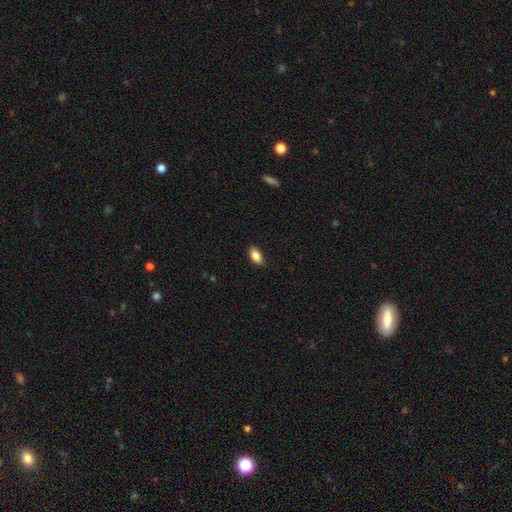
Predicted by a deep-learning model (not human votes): smooth 86%, star or artifact 7%, featured or disk 6%. Down the decision tree: how rounded — in between (90%); merging — none (87%).